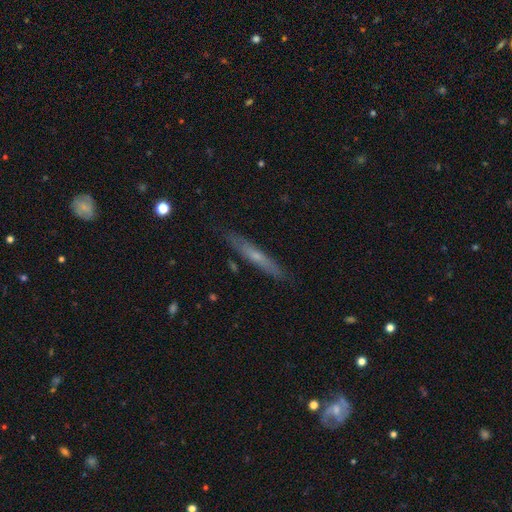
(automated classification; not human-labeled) Q: Smooth or featured?
A: featured or disk (49%); runner-up: smooth (44%)
Q: Merging?
A: none (86%); runner-up: minor disturbance (11%)